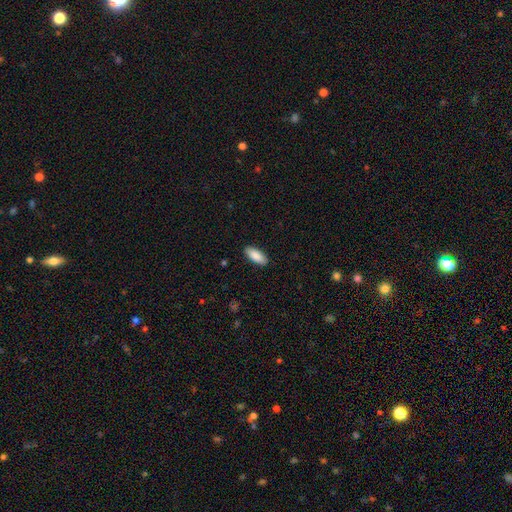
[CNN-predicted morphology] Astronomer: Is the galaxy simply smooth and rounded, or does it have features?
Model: smooth — 89%.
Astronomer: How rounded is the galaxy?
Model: in between — 84%.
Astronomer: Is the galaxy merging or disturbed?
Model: none — 89%.